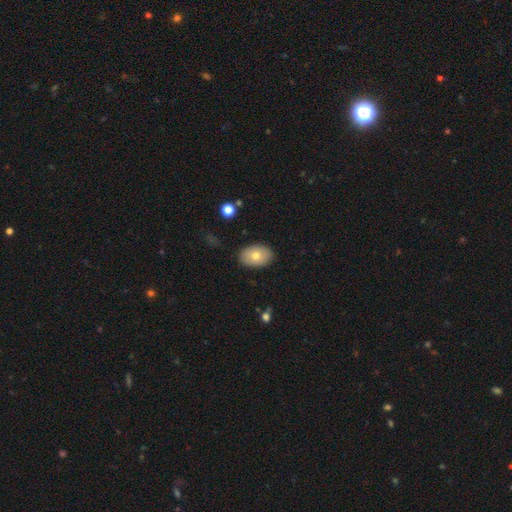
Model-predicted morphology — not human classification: Smooth or featured: smooth — 73% (featured or disk — 20%)
How rounded: in between — 86% (round — 13%)
Merging: none — 87% (minor disturbance — 9%)